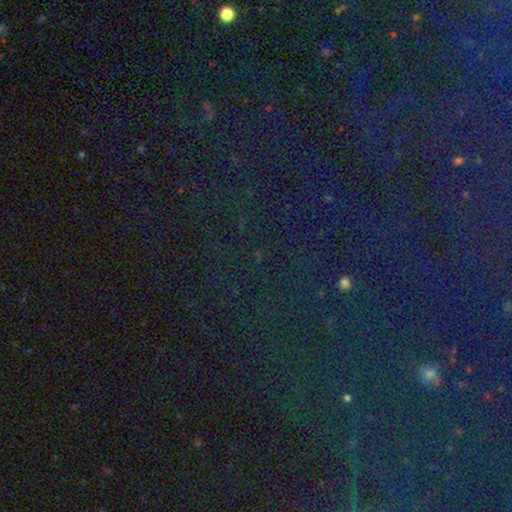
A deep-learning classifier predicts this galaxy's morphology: This appears to be a star or artifact, not a galaxy (82%).